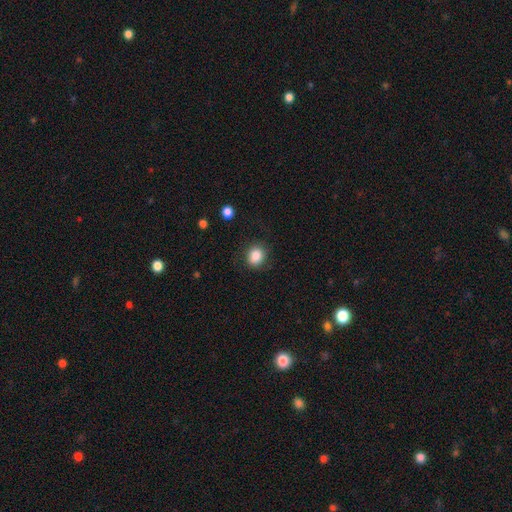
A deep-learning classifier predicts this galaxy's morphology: This is clearly a smooth galaxy (86%). How rounded: likely round (67%). Merging: clearly none (84%).